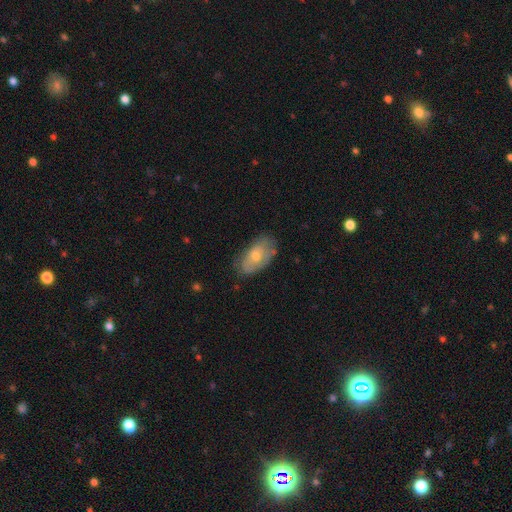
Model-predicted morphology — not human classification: type=smooth (54%); roundness=in between (92%); merging=none (67%).